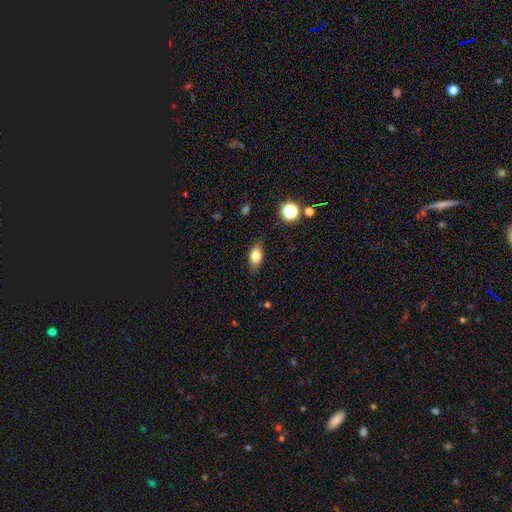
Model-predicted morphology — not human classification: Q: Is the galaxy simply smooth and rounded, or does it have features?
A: smooth — 77%.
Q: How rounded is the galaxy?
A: in between — 82%.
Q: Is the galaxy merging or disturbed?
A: none — 83%.